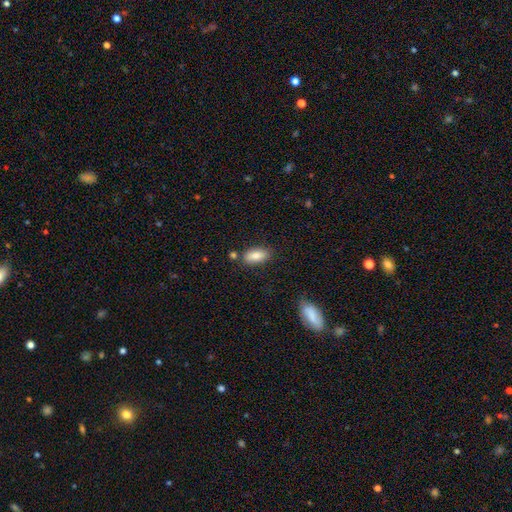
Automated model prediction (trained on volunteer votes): smooth-or-featured: smooth: 85% | featured or disk: 8% | star or artifact: 7%
  how-rounded: in between: 89% | cigar-shaped: 9% | round: 3%
  merging: none: 79% | minor disturbance: 13% | merger: 5% | major disturbance: 3%